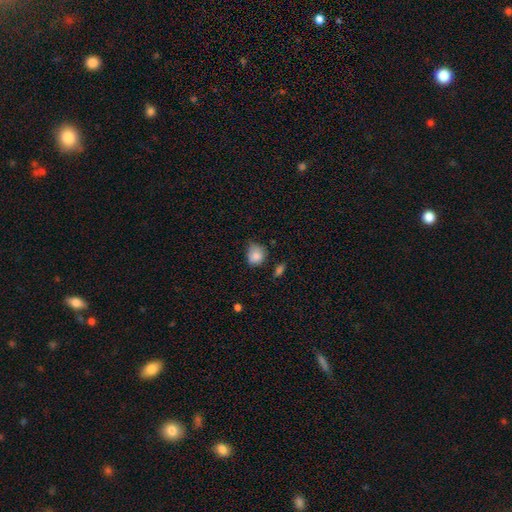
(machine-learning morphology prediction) Overall: smooth (84%). How rounded: round (68%; in between 31%). Merging: none (53%; minor disturbance 36%).